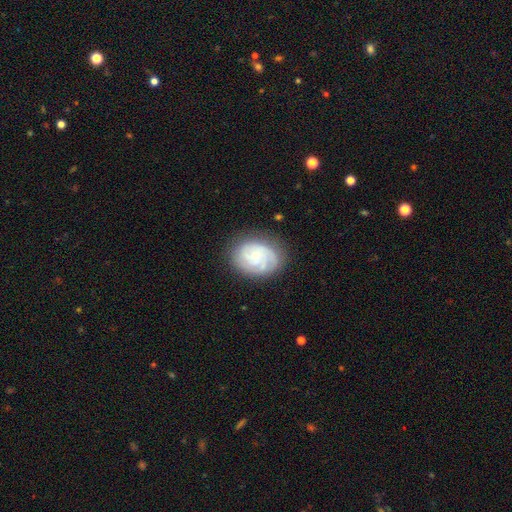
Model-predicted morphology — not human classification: Smooth or featured: featured or disk — 72% (smooth — 21%)
Edge-on disk: no — 98% (yes — 2%)
Bar: no — 70% (weak — 26%)
Spiral arms: yes — 94% (no — 6%)
Spiral winding: tight — 64% (medium — 28%)
Spiral arm count: 2 — 28% (tied with can't tell — 28%)
Bulge size: small — 68% (moderate — 19%)
Merging: none — 78% (minor disturbance — 15%)